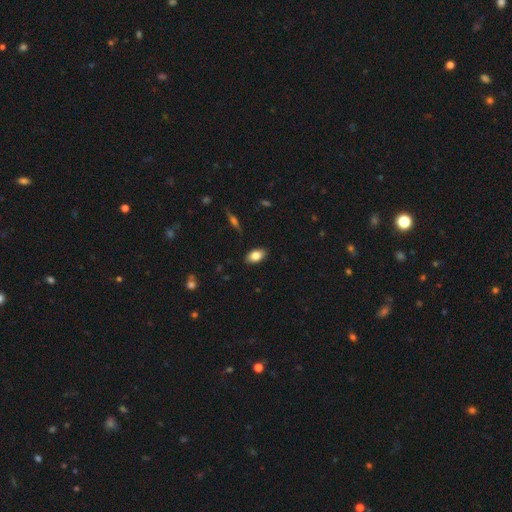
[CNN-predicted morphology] This appears to be a smooth galaxy with no disk features (82%) that is in between round and cigar-shaped (91%). Merging: none (87%).